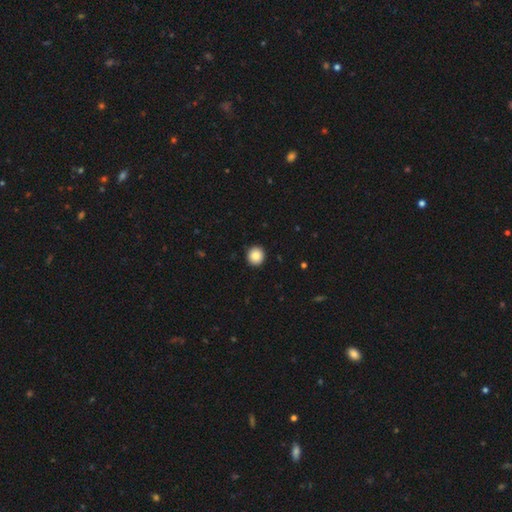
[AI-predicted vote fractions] The model was most divided on "smooth or featured": smooth: 86%, star or artifact: 9%, featured or disk: 5%. More confident: merging — none (93%); how rounded — round (92%).